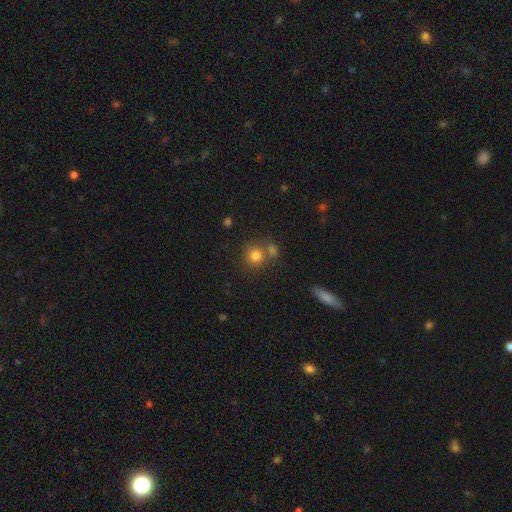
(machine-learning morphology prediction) smooth 79%, star or artifact 13%, featured or disk 8%. Down the decision tree: how rounded — round (88%); merging — none (61%).